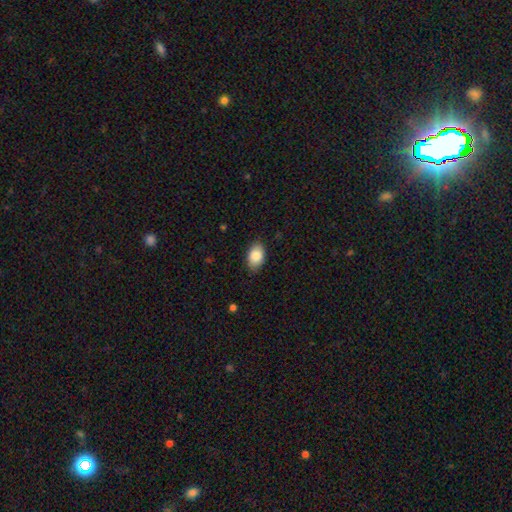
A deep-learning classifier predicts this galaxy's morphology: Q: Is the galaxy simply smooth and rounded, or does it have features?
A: smooth — 87%.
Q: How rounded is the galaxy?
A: in between — 90%.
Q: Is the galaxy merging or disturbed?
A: none — 84%.